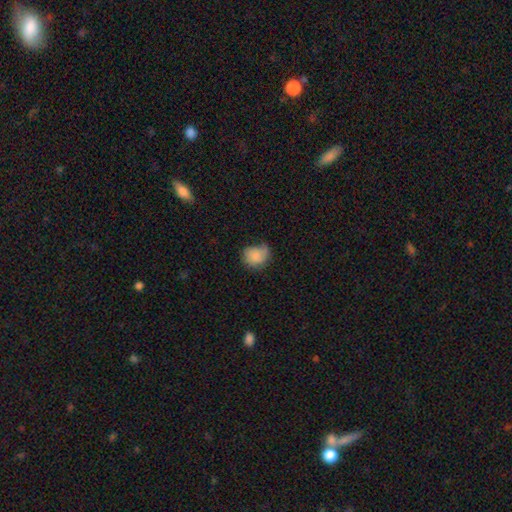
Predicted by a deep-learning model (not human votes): Smooth or featured? Predicted: smooth (p=0.80). How rounded? Predicted: round (p=0.65). Merging? Predicted: none (p=0.44).